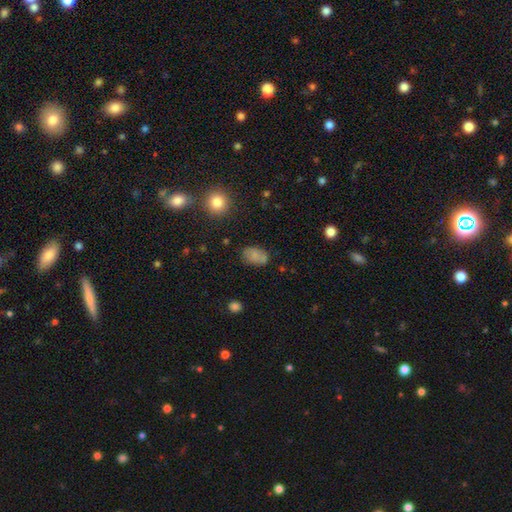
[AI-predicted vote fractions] Q: Smooth or featured?
A: smooth (77%); runner-up: featured or disk (12%)
Q: How rounded?
A: in between (88%); runner-up: round (10%)
Q: Merging?
A: none (68%); runner-up: minor disturbance (21%)